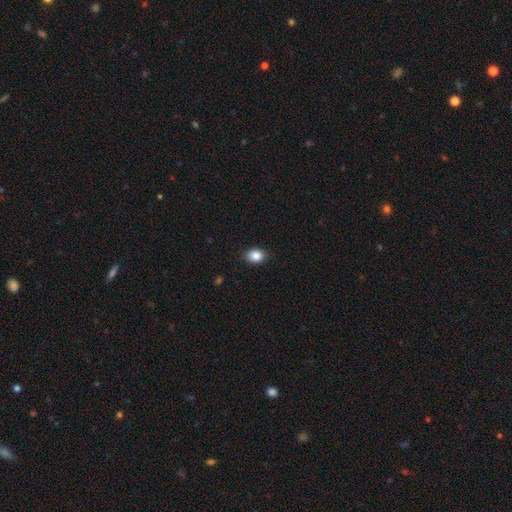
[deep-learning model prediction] Smooth or featured: smooth — 87% (star or artifact — 9%)
How rounded: in between — 60% (round — 39%)
Merging: none — 86% (minor disturbance — 10%)